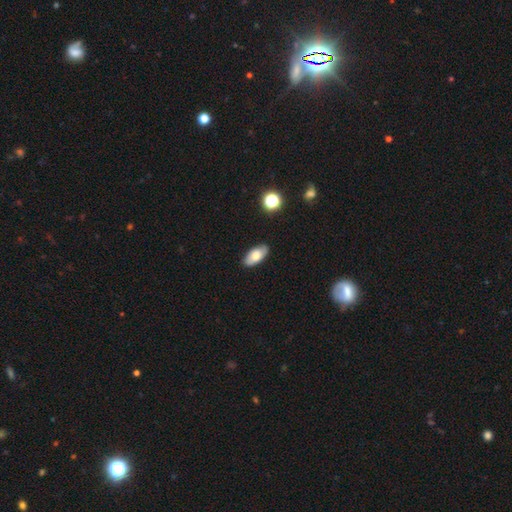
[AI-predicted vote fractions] This appears to be a smooth galaxy with no disk features (73%) that is in between round and cigar-shaped (91%). Merging: none (86%).